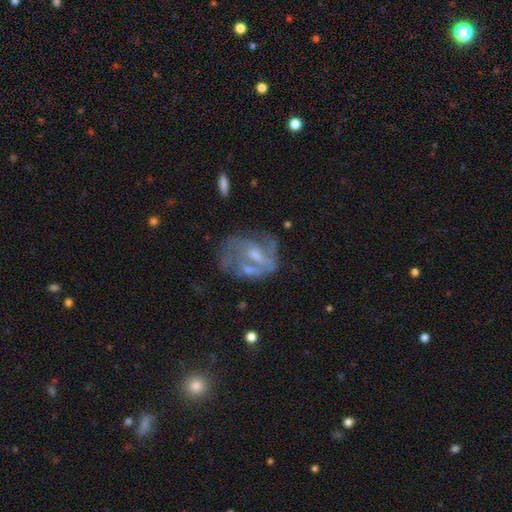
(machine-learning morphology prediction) featured or disk 69%, smooth 20%, star or artifact 12%. Down the decision tree: edge-on disk — no (96%); bar — no (52%); spiral arms — yes (58%); bulge size — moderate (42%); merging — none (41%).